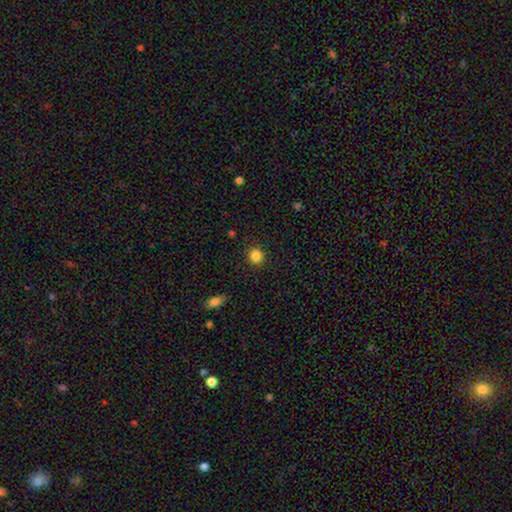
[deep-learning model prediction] smooth_or_featured: smooth (p=0.85) [alt: star or artifact p=0.11]
how_rounded: round (p=0.87) [alt: in between p=0.12]
merging: none (p=0.90) [alt: minor disturbance p=0.07]